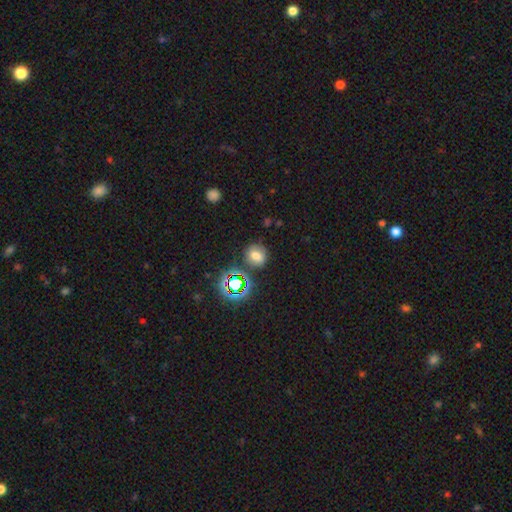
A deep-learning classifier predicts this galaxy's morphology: This appears to be a smooth galaxy with no disk features (62%) that is round (70%). Merging: none (76%).